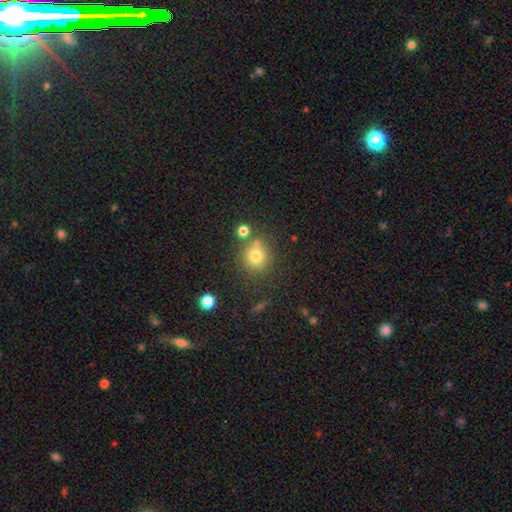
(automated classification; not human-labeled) A smooth galaxy with no disk features (76%) that is round (89%). Merging: none (68%).